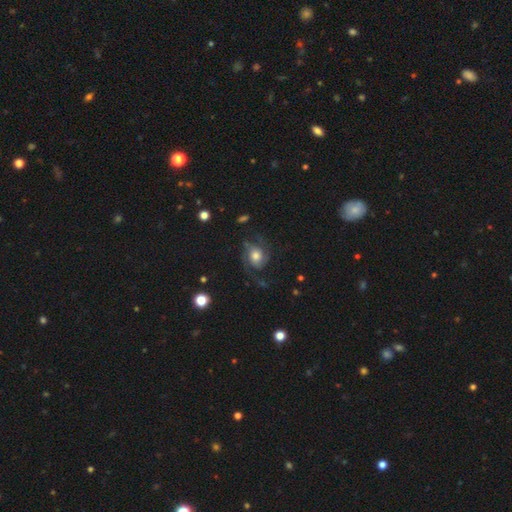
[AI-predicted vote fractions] This appears to be a featured or disk galaxy (79%) with no bar (72%), 2 (58%) medium (49%) spiral arms (95%) and a moderate central bulge (55%). Merging: none (65%).